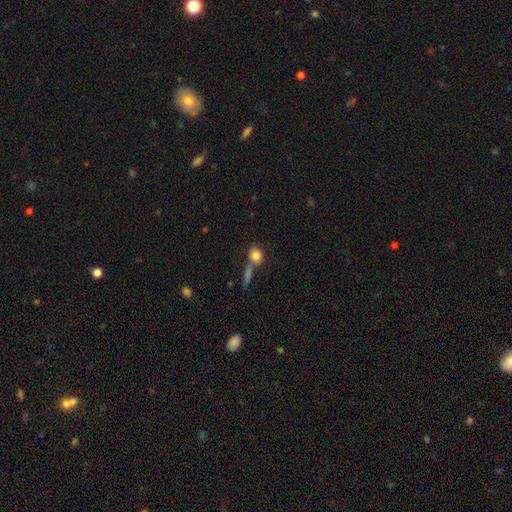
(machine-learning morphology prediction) smooth 81%, featured or disk 10%, star or artifact 9%. Down the decision tree: how rounded — round (76%); merging — none (54%).